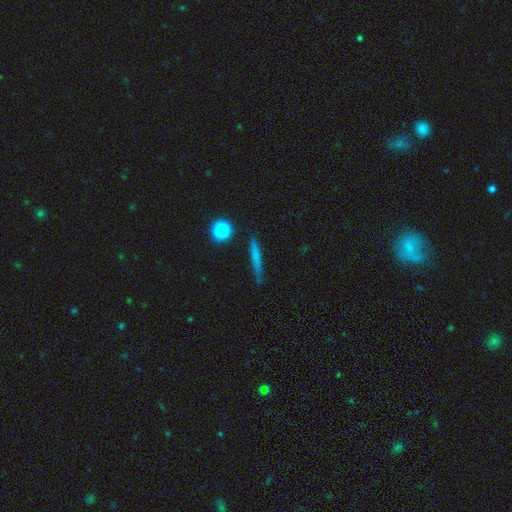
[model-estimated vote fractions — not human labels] This appears to be a smooth galaxy with no disk features (64%) that is cigar-shaped (91%). Merging: none (83%).